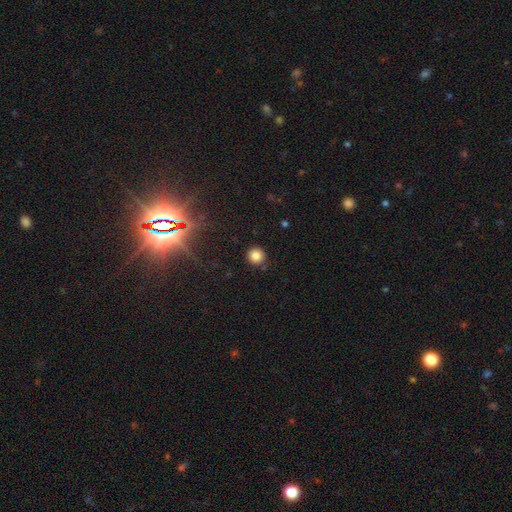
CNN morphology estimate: Smooth or featured: smooth — 82% (star or artifact — 13%)
How rounded: round — 94% (in between — 5%)
Merging: none — 89% (minor disturbance — 6%)